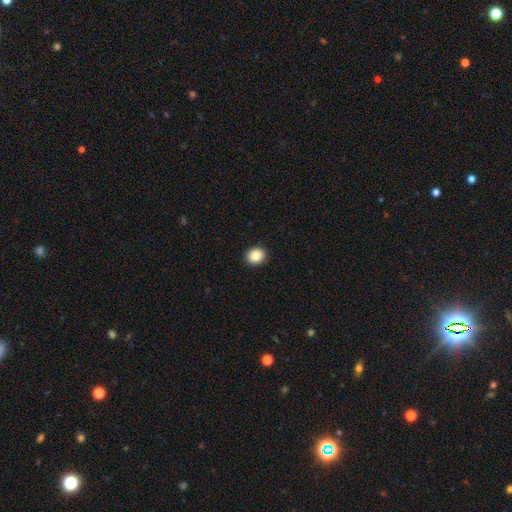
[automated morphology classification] Smooth or featured?
  - smooth: 86% *
  - star or artifact: 9%
  - featured or disk: 5%
How rounded?
  - round: 70% *
  - in between: 29%
  - cigar-shaped: 1%
Merging?
  - none: 92% *
  - minor disturbance: 6%
  - major disturbance: 2%
  - merger: 1%